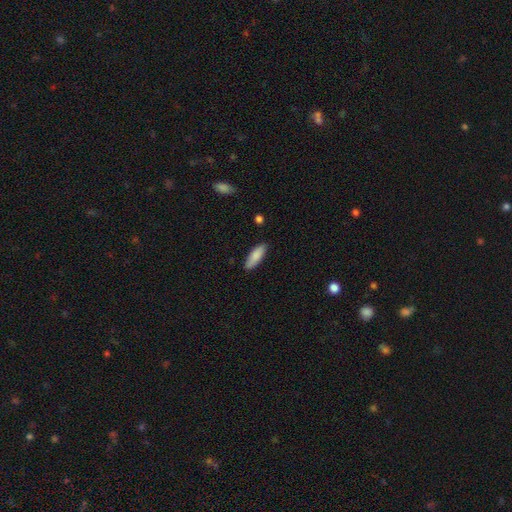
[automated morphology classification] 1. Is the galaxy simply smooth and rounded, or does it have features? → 86% smooth, 8% featured or disk, 6% star or artifact.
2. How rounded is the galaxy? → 57% in between, 41% cigar-shaped, 2% round.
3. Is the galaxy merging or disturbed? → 86% none, 11% minor disturbance, 2% major disturbance, 1% merger.